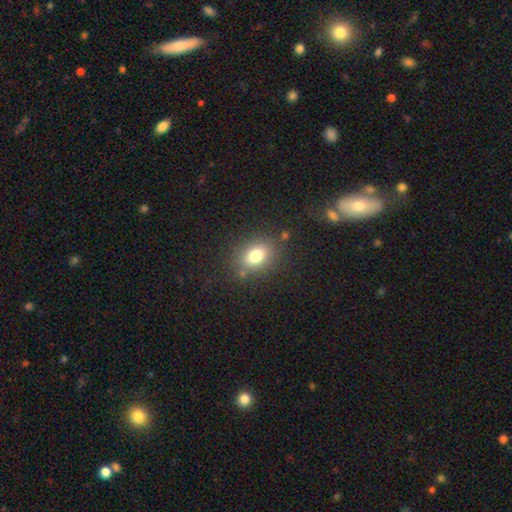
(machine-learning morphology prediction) A smooth galaxy with no disk features (78%) that is in between round and cigar-shaped (67%).

Vote fractions:
- Smooth or featured? smooth: 78% / star or artifact: 12% / featured or disk: 10%
- How rounded? in between: 67% / round: 31% / cigar-shaped: 2%
- Merging? none: 81% / minor disturbance: 11% / major disturbance: 4% / merger: 3%